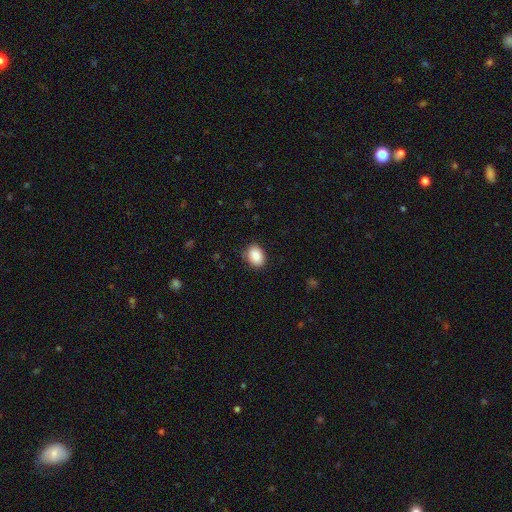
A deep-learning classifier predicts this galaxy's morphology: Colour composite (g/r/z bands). It shows a smooth galaxy with no disk features (89%) that is in between round and cigar-shaped (69%). Merging: none (85%).